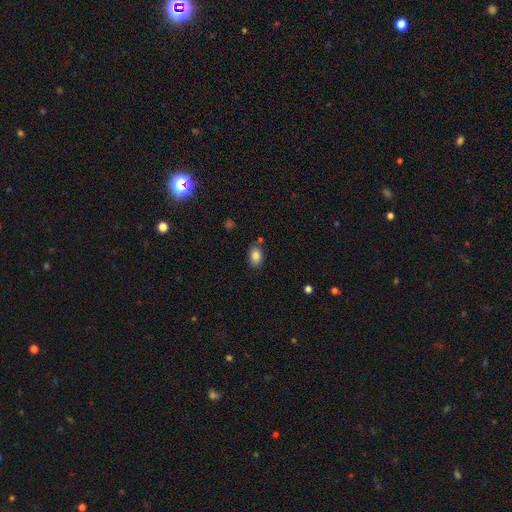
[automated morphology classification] type=smooth (85%); roundness=in between (85%); merging=none (78%).